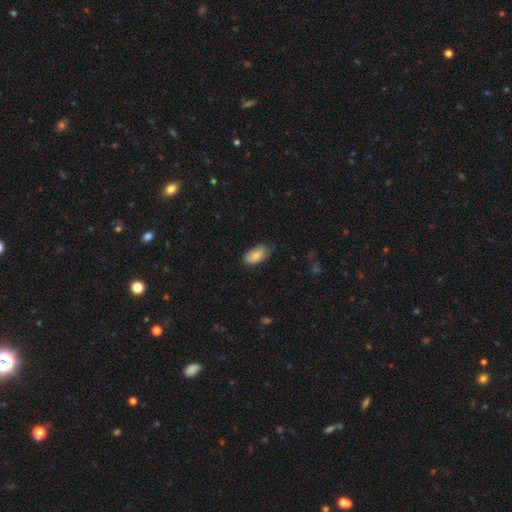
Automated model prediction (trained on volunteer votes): Morphology: type=smooth (83%); roundness=in between (94%); merging=none (67%).